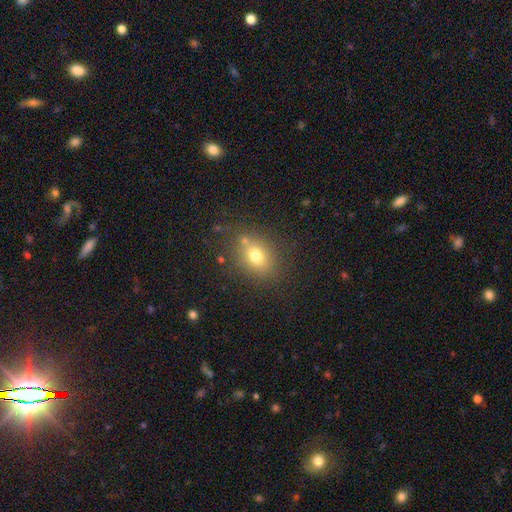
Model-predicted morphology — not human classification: The model was most divided on "how rounded": in between: 66%, round: 32%, cigar-shaped: 2%. More confident: merging — none (78%); smooth or featured — smooth (74%).